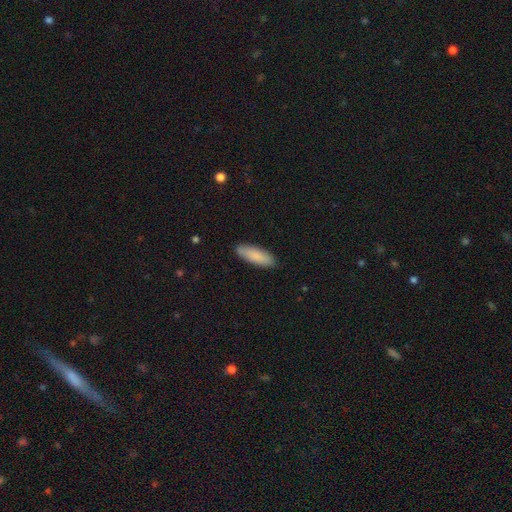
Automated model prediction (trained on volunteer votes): Morphology: type=smooth (86%); roundness=in between (54%); merging=none (88%).